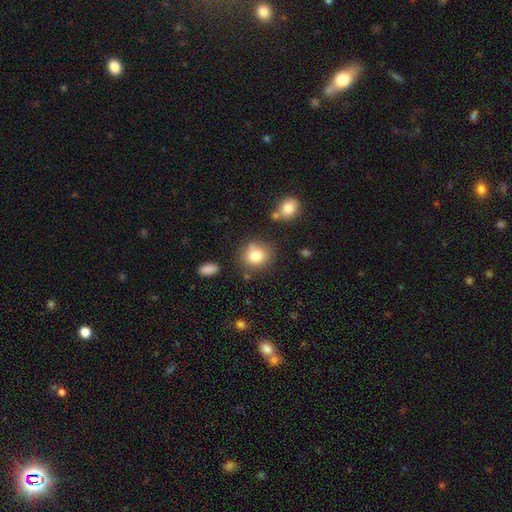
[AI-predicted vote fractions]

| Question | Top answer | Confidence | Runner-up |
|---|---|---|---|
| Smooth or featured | smooth | 80% | star or artifact (10%) |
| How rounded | round | 73% | in between (26%) |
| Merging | none | 68% | minor disturbance (16%) |